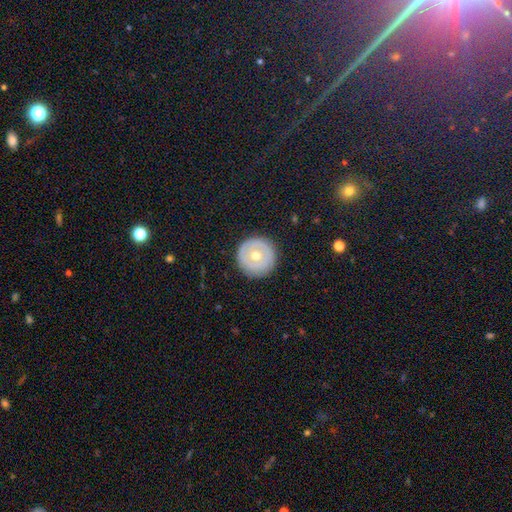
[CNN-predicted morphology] This is possibly a smooth galaxy (51%). How rounded: clearly round (97%). Merging: clearly none (91%).